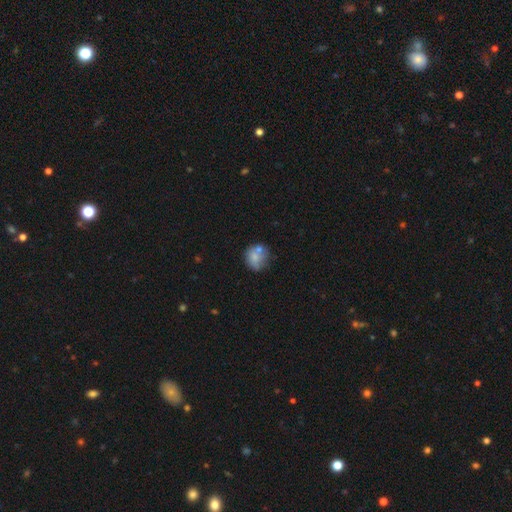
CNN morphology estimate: smooth_or_featured: smooth (p=0.68) [alt: featured or disk p=0.23]
how_rounded: round (p=0.75) [alt: in between p=0.24]
merging: none (p=0.46) [alt: merger p=0.24]